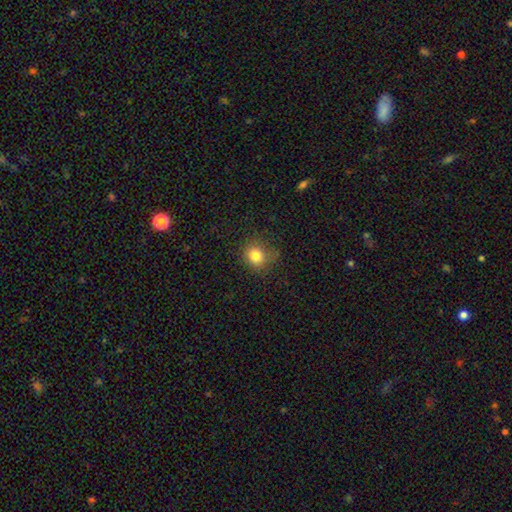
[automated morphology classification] Q: Smooth or featured?
A: smooth (82%); runner-up: star or artifact (12%)
Q: How rounded?
A: round (79%); runner-up: in between (20%)
Q: Merging?
A: none (75%); runner-up: minor disturbance (18%)